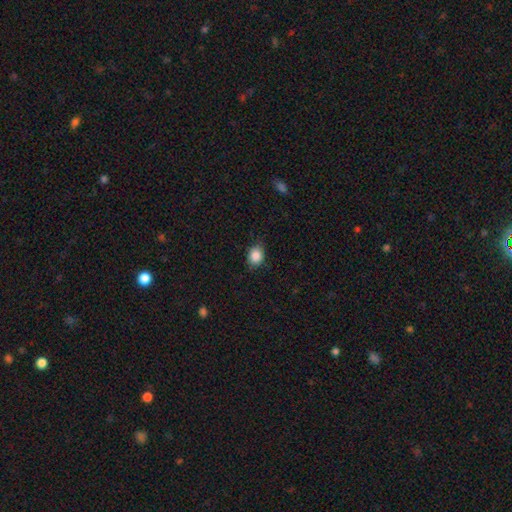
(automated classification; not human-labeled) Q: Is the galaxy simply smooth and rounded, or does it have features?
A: smooth — 86%.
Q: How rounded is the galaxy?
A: round — 53%.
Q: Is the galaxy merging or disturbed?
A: none — 79%.